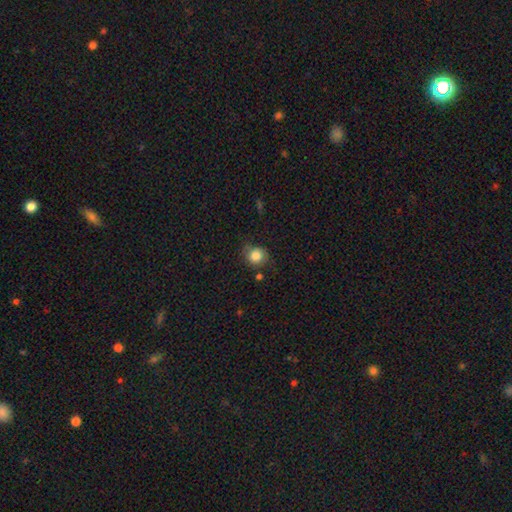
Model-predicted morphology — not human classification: Overall: smooth (84%). How rounded: round (83%). Merging: none (71%).